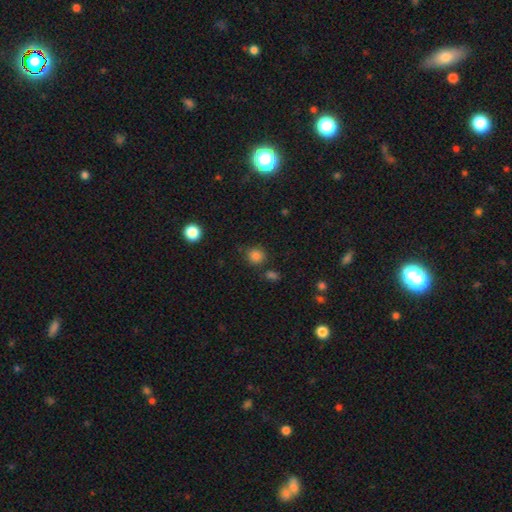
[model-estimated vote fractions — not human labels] A smooth galaxy with no disk features (83%) that is round (87%).

Vote fractions:
- Smooth or featured? smooth: 83% / star or artifact: 13% / featured or disk: 4%
- How rounded? round: 87% / in between: 12% / cigar-shaped: 1%
- Merging? none: 77% / minor disturbance: 13% / merger: 6% / major disturbance: 4%